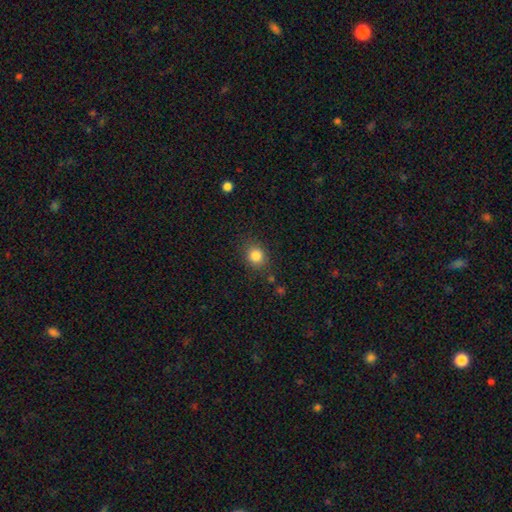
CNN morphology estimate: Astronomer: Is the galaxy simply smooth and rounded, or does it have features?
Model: smooth — 84%.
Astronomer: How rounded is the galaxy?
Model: round — 73%.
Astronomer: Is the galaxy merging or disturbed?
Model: none — 83%.